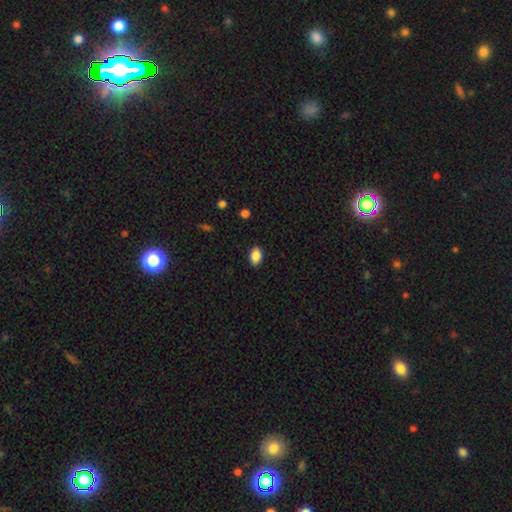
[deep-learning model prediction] smooth 88%, star or artifact 8%, featured or disk 4%. Down the decision tree: how rounded — in between (82%); merging — none (89%).